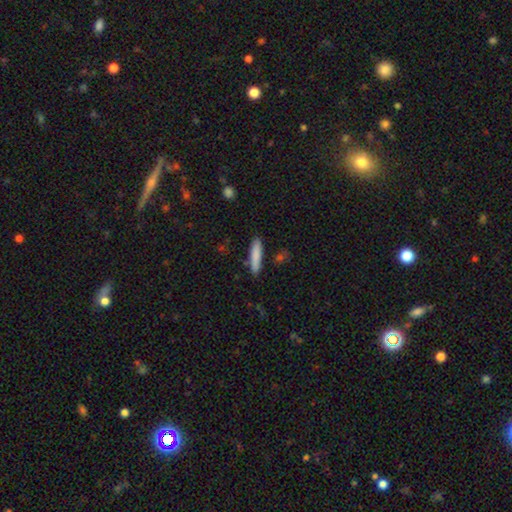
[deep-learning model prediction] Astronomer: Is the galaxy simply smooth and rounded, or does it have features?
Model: smooth — 83%.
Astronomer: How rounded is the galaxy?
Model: cigar-shaped — 85%.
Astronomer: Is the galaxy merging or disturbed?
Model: none — 86%.